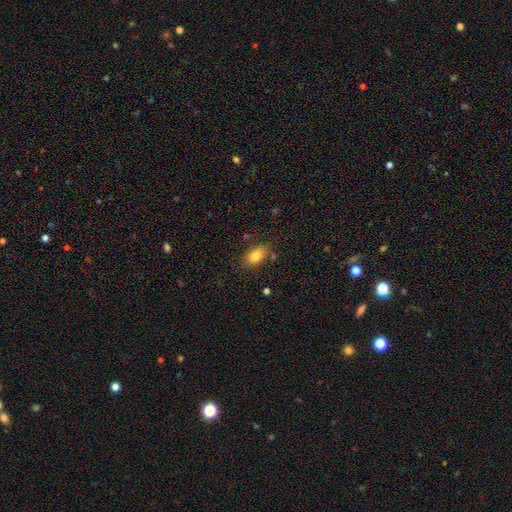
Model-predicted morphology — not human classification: A smooth galaxy with no disk features (82%) that is in between round and cigar-shaped (88%).

Vote fractions:
- Smooth or featured? smooth: 82% / featured or disk: 9% / star or artifact: 9%
- How rounded? in between: 88% / round: 8% / cigar-shaped: 4%
- Merging? none: 79% / minor disturbance: 14% / merger: 4% / major disturbance: 3%